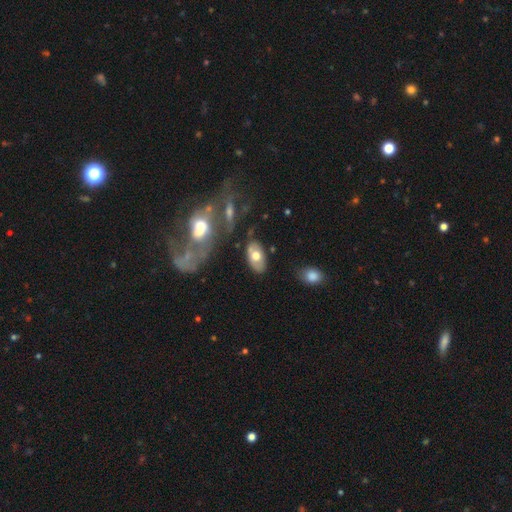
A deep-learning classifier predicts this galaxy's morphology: Overall: smooth (57%; featured or disk 36%). How rounded: in between (92%). Merging: none (77%).